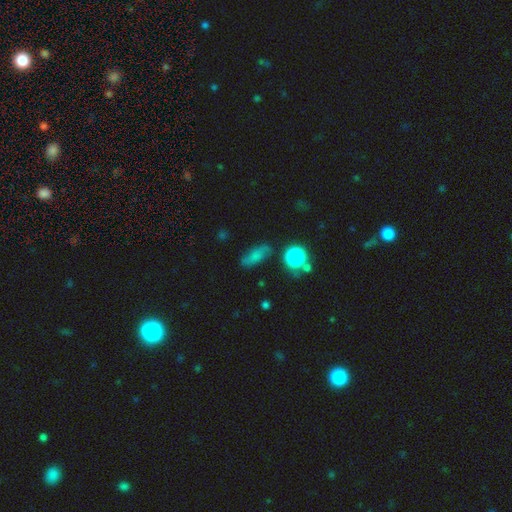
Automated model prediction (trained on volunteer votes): Q: Smooth or featured?
A: smooth (63%); runner-up: featured or disk (21%)
Q: How rounded?
A: in between (70%); runner-up: cigar-shaped (18%)
Q: Merging?
A: none (71%); runner-up: minor disturbance (19%)